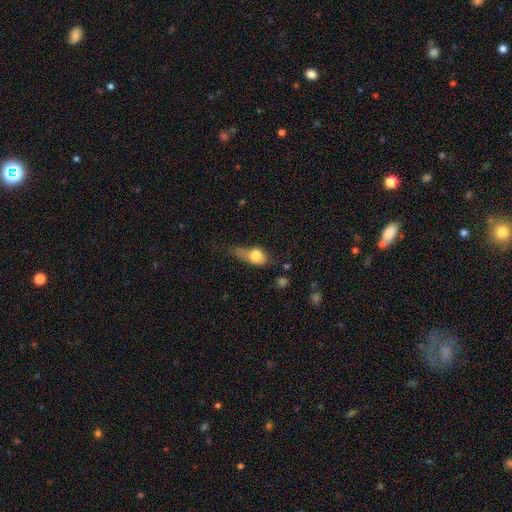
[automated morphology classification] A smooth galaxy with no disk features (71%) that is in between round and cigar-shaped (69%). Merging: major disturbance (38%).